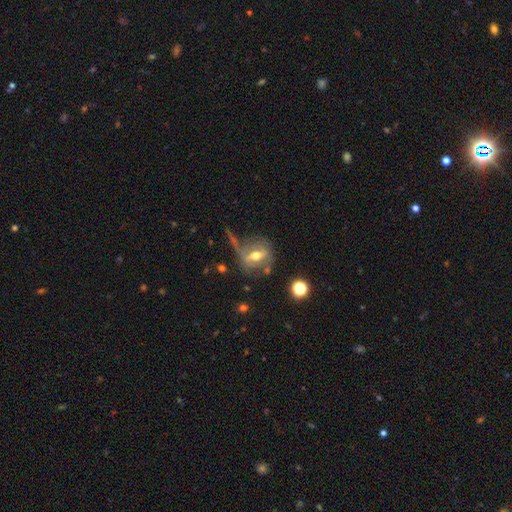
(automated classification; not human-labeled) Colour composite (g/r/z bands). It shows a featured or disk galaxy (59%). Merging: none (49%).